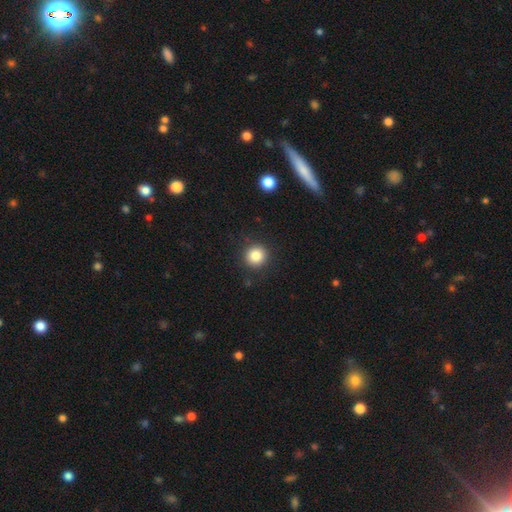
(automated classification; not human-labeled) smooth_or_featured: smooth (p=0.84) [alt: star or artifact p=0.10]
how_rounded: round (p=0.93) [alt: in between p=0.06]
merging: none (p=0.90) [alt: minor disturbance p=0.06]